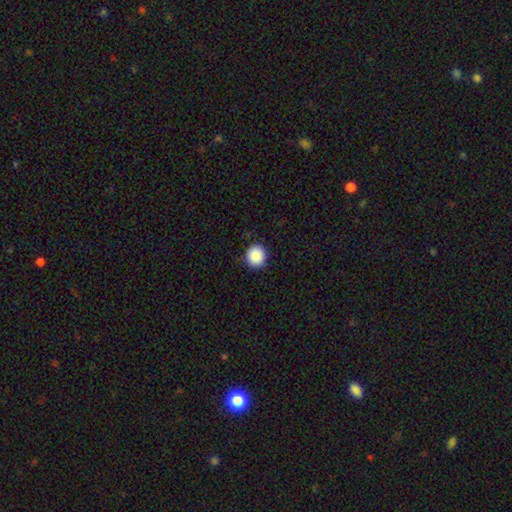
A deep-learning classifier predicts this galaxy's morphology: This is clearly a smooth galaxy (89%). How rounded: clearly round (91%). Merging: clearly none (90%).